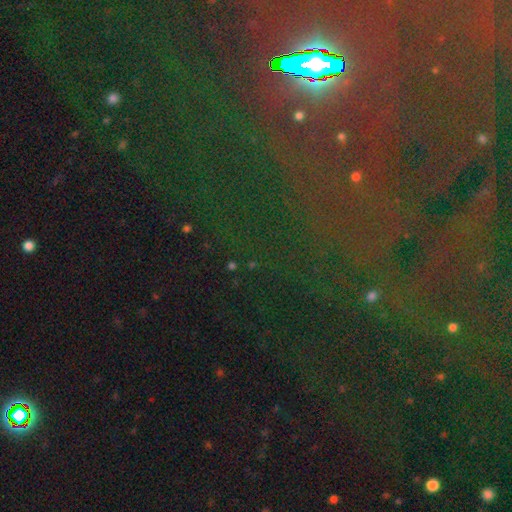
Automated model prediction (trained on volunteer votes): Smooth or featured? star or artifact (80%)